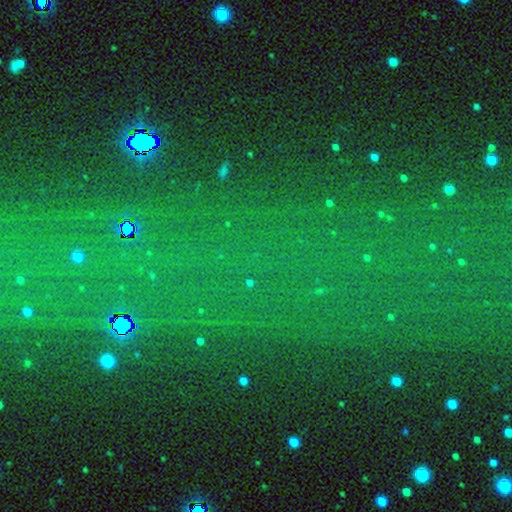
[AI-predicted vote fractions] Smooth or featured? Predicted: star or artifact (p=0.81).